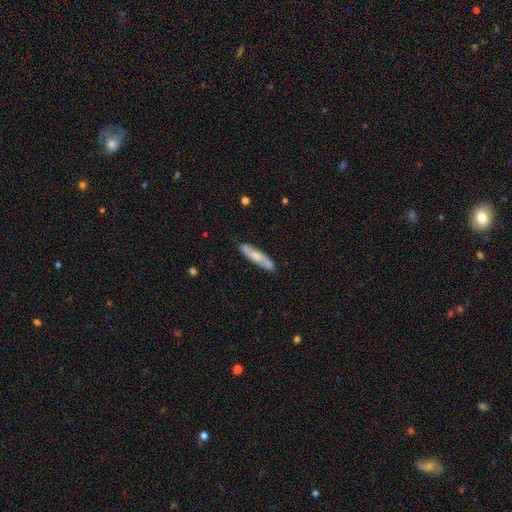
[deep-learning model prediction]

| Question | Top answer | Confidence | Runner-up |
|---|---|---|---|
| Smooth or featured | smooth | 51% | featured or disk (44%) |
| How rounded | cigar-shaped | 76% | in between (22%) |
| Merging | none | 79% | minor disturbance (15%) |